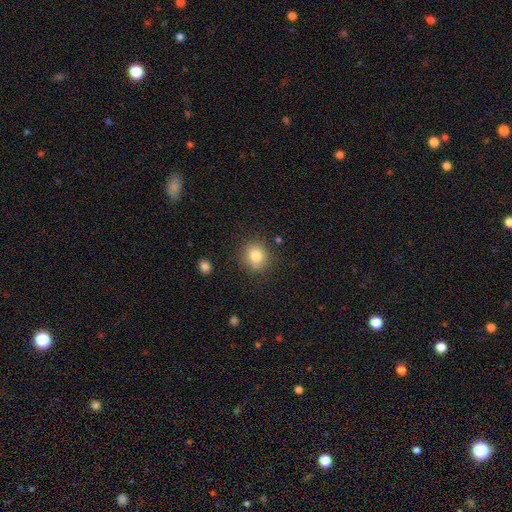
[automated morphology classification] A smooth galaxy with no disk features (82%) that is round (81%).

Vote fractions:
- Smooth or featured? smooth: 82% / star or artifact: 11% / featured or disk: 7%
- How rounded? round: 81% / in between: 18% / cigar-shaped: 1%
- Merging? none: 83% / minor disturbance: 11% / major disturbance: 3% / merger: 3%